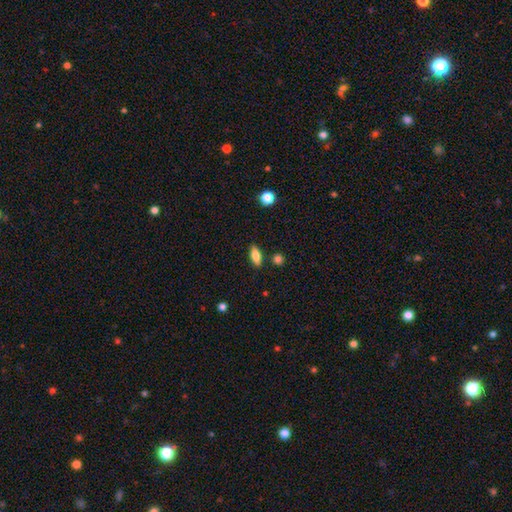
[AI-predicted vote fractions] The model was most divided on "how rounded": in between: 79%, cigar-shaped: 17%, round: 4%. More confident: merging — none (84%); smooth or featured — smooth (79%).